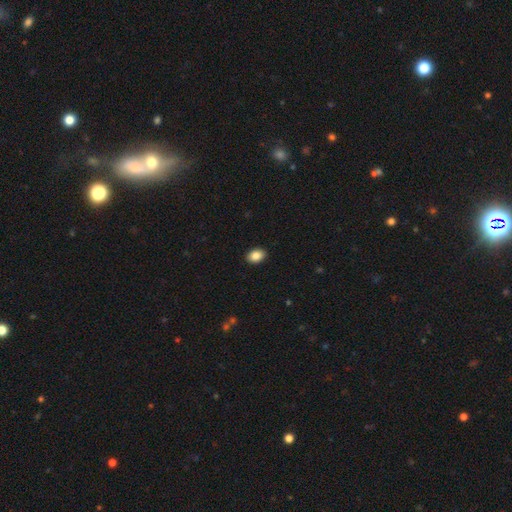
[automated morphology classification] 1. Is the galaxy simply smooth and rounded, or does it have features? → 88% smooth, 8% star or artifact, 4% featured or disk.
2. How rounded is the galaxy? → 79% in between, 20% round, 1% cigar-shaped.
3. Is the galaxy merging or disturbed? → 91% none, 6% minor disturbance, 2% major disturbance, 1% merger.